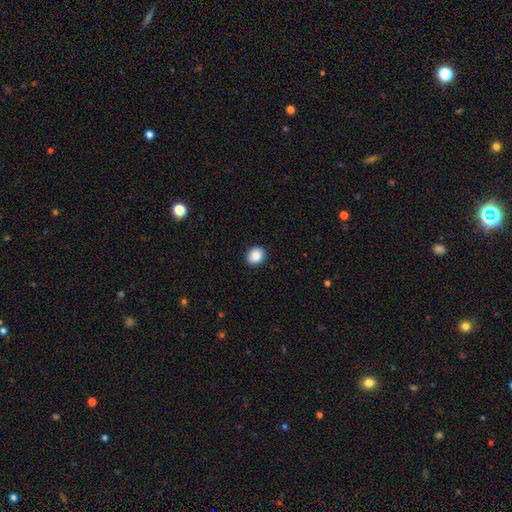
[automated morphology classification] type=smooth (88%); roundness=round (71%); merging=none (91%).